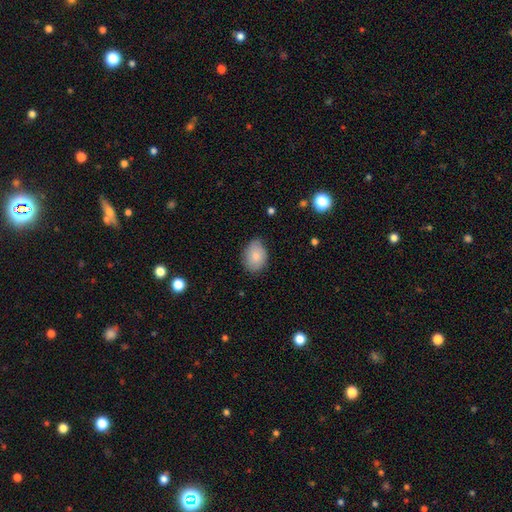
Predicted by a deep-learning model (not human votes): Smooth or featured: smooth — 82% (featured or disk — 11%)
How rounded: in between — 74% (round — 25%)
Merging: none — 72% (minor disturbance — 23%)